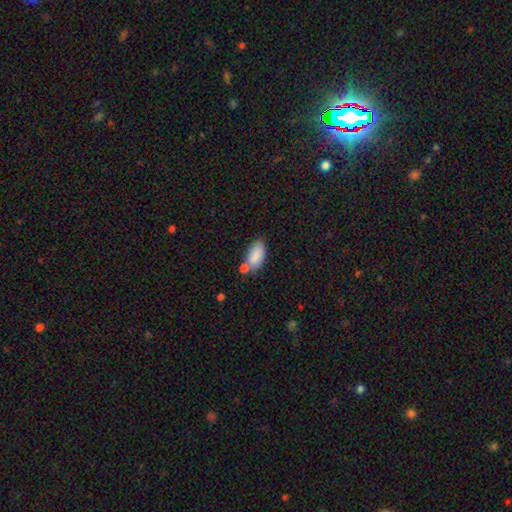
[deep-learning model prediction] smooth-or-featured: smooth: 86% | featured or disk: 7% | star or artifact: 7%
  how-rounded: in between: 92% | cigar-shaped: 6% | round: 3%
  merging: none: 49% | merger: 27% | minor disturbance: 19% | major disturbance: 5%